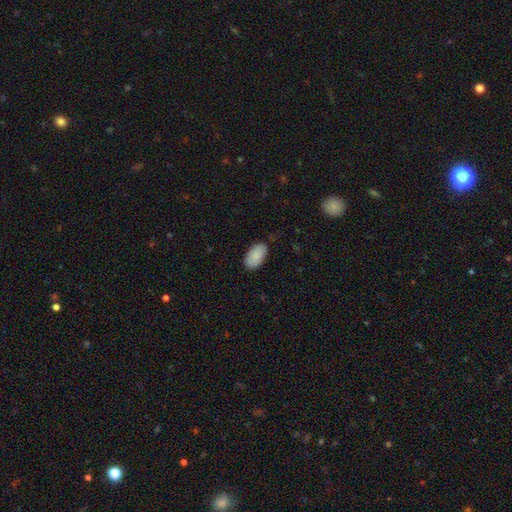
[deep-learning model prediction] Smooth or featured?
  - smooth: 89% *
  - star or artifact: 6%
  - featured or disk: 5%
How rounded?
  - in between: 95% *
  - round: 3%
  - cigar-shaped: 1%
Merging?
  - none: 85% *
  - minor disturbance: 12%
  - major disturbance: 2%
  - merger: 1%